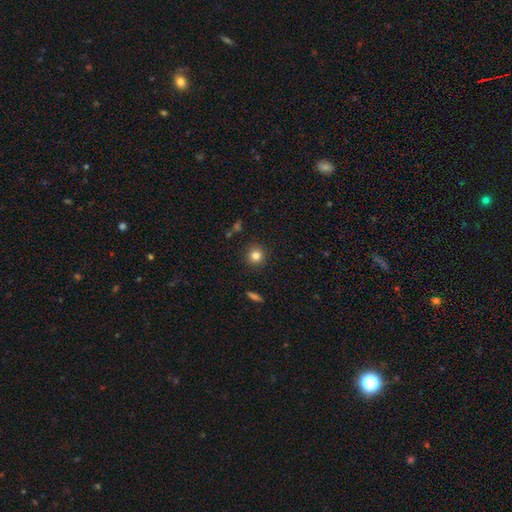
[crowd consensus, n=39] This appears to be a smooth galaxy with no disk features (87%) that is round (97%). Merging: none (100%).